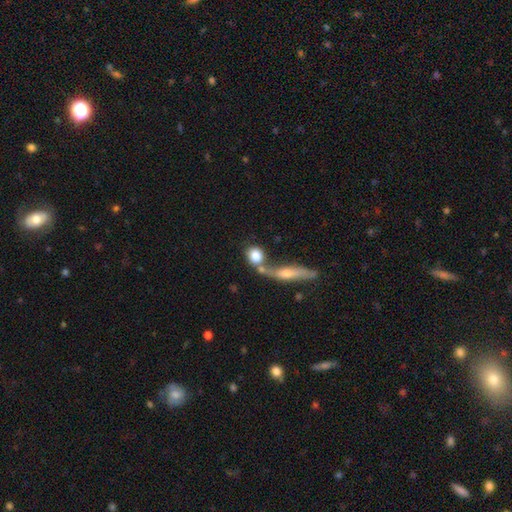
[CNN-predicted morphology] The model was most divided on "merging": none: 43%, merger: 40%, minor disturbance: 10%, major disturbance: 6%. More confident: smooth or featured — smooth (79%); how rounded — round (68%).